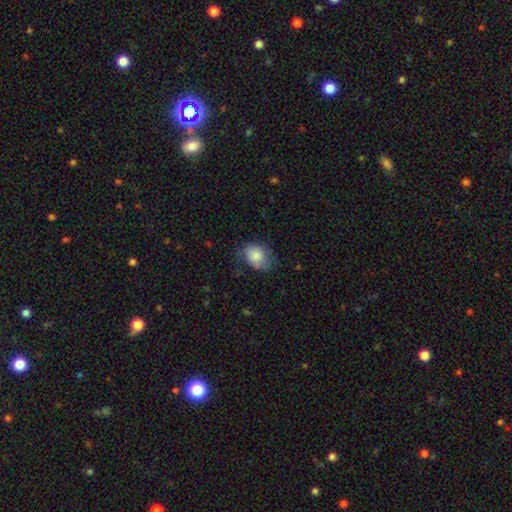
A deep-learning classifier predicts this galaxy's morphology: Smooth or featured? smooth (80%)
How rounded? in between (56%)
Merging? none (56%)